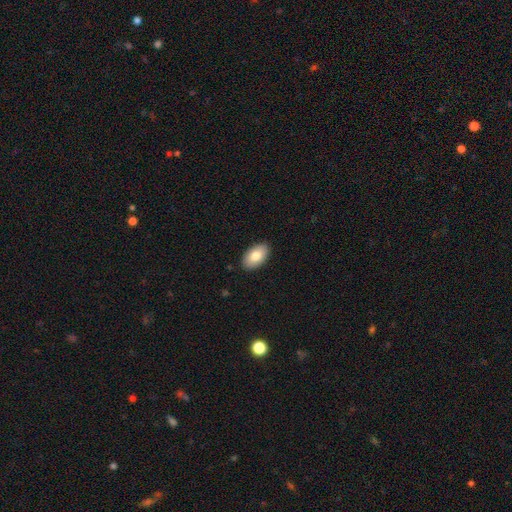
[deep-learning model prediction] Smooth or featured? smooth (81%)
How rounded? in between (95%)
Merging? none (89%)